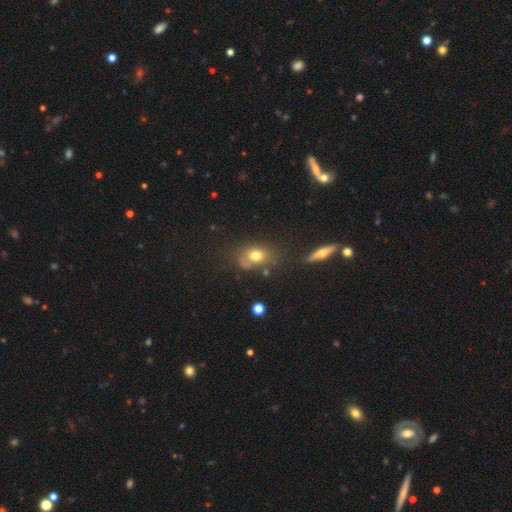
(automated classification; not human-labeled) Overall: smooth (71%). How rounded: in between (61%; round 36%). Merging: none (57%; minor disturbance 21%).